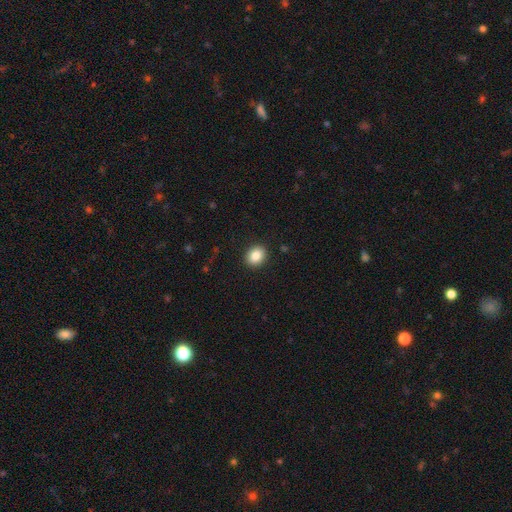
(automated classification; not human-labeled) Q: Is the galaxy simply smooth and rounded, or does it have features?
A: smooth — 86%.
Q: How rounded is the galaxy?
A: round — 51%.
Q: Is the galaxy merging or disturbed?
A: none — 91%.